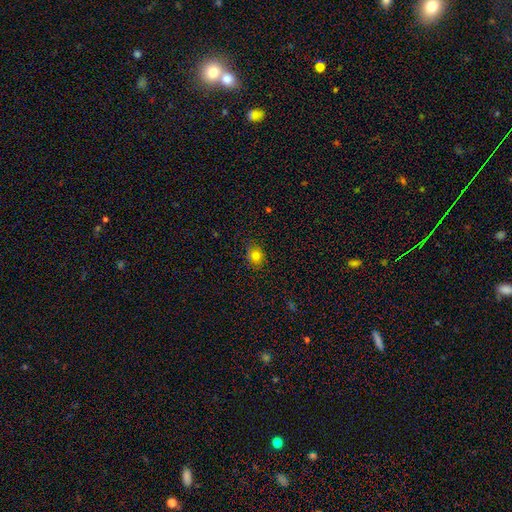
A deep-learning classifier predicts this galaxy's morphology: A smooth galaxy with no disk features (78%) that is round (59%).

Vote fractions:
- Smooth or featured? smooth: 78% / star or artifact: 14% / featured or disk: 8%
- How rounded? round: 59% / in between: 40% / cigar-shaped: 1%
- Merging? none: 79% / minor disturbance: 16% / major disturbance: 3% / merger: 1%